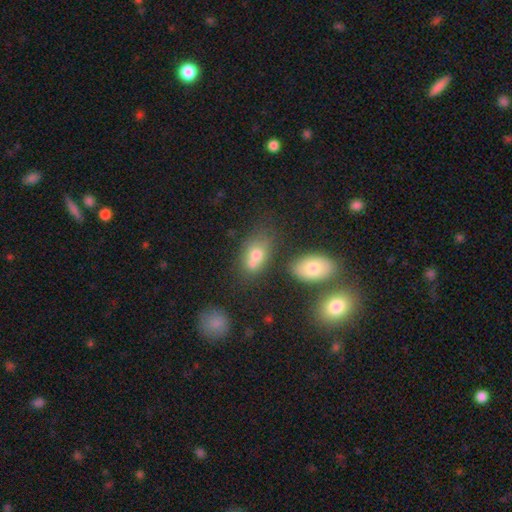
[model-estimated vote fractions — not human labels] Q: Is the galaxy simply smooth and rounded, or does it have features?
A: smooth — 71%.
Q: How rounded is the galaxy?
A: in between — 78%.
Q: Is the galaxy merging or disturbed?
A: none — 48%.